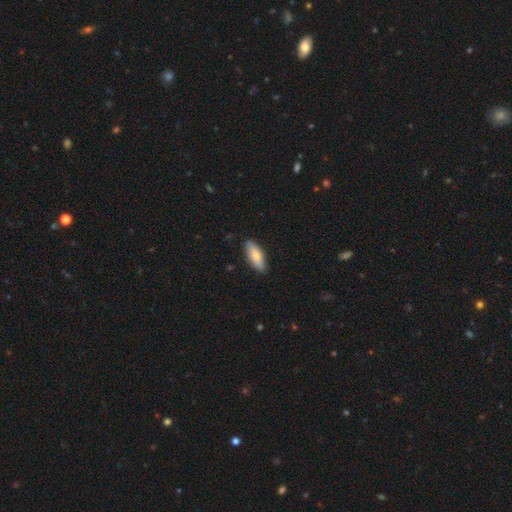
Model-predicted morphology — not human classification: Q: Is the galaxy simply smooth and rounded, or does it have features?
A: smooth — 76%.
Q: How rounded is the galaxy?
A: in between — 74%.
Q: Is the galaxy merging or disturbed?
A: none — 86%.